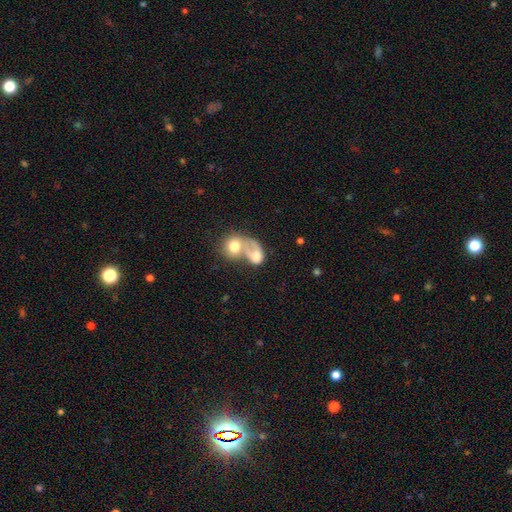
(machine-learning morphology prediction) type=smooth (61%); roundness=in between (55%); merging=merger (74%).